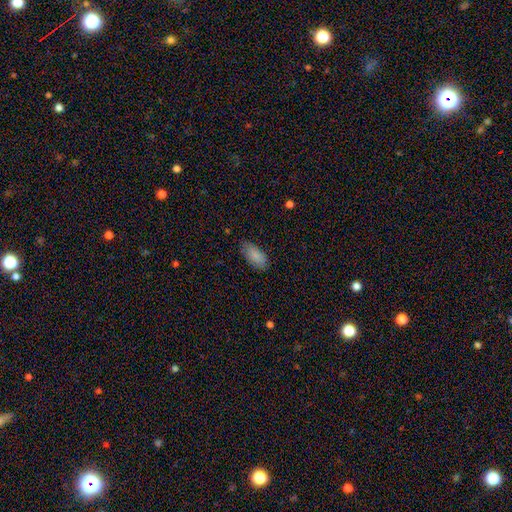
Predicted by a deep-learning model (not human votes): A smooth galaxy with no disk features (85%) that is in between round and cigar-shaped (92%).

Vote fractions:
- Smooth or featured? smooth: 85% / featured or disk: 8% / star or artifact: 6%
- How rounded? in between: 92% / cigar-shaped: 6% / round: 2%
- Merging? none: 79% / minor disturbance: 17% / major disturbance: 3% / merger: 1%